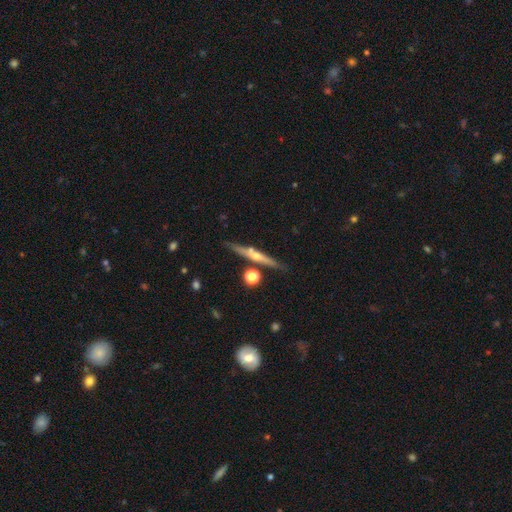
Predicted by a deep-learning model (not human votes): A featured or disk galaxy (67%) viewed edge-on (96%) with a rounded central bulge (78%).

Vote fractions:
- Smooth or featured? featured or disk: 67% / smooth: 25% / star or artifact: 8%
- Edge-on disk? yes: 96% / no: 4%
- Edge-on bulge? rounded: 78% / none: 17% / boxy: 5%
- Merging? none: 82% / minor disturbance: 10% / merger: 6% / major disturbance: 2%